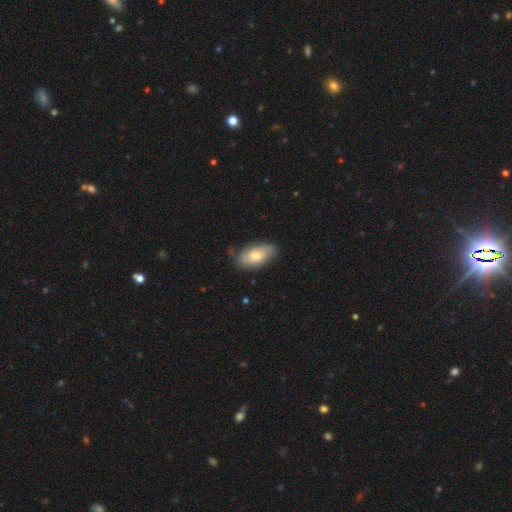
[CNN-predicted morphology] This appears to be a smooth galaxy with no disk features (52%) that is in between round and cigar-shaped (92%). Merging: none (71%).